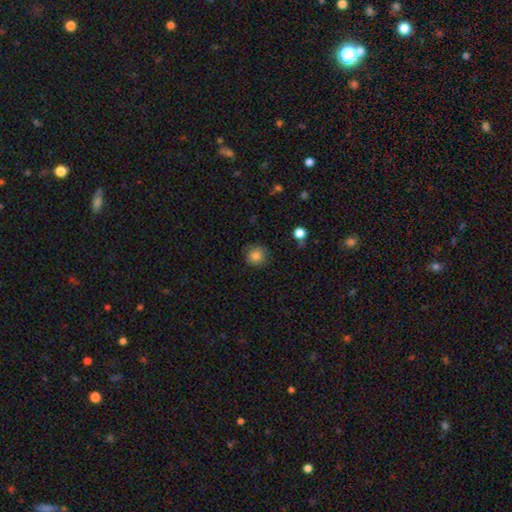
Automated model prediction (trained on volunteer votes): This appears to be a smooth galaxy with no disk features (84%) that is round (91%). Merging: none (84%).